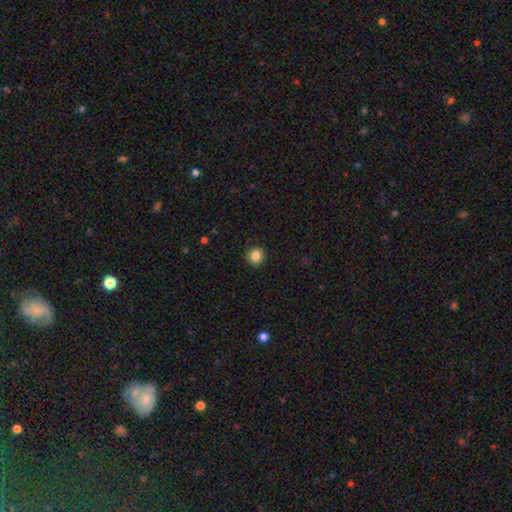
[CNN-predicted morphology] Q: Smooth or featured?
A: smooth (85%); runner-up: star or artifact (10%)
Q: How rounded?
A: round (90%); runner-up: in between (10%)
Q: Merging?
A: none (88%); runner-up: minor disturbance (9%)